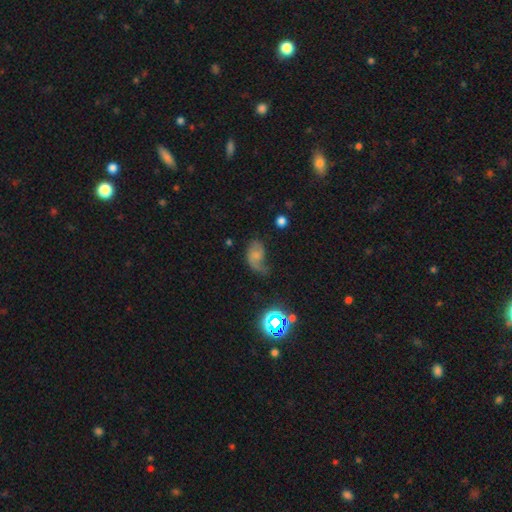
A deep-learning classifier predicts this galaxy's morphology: Smooth or featured? featured or disk (49%)
Merging? major disturbance (34%)